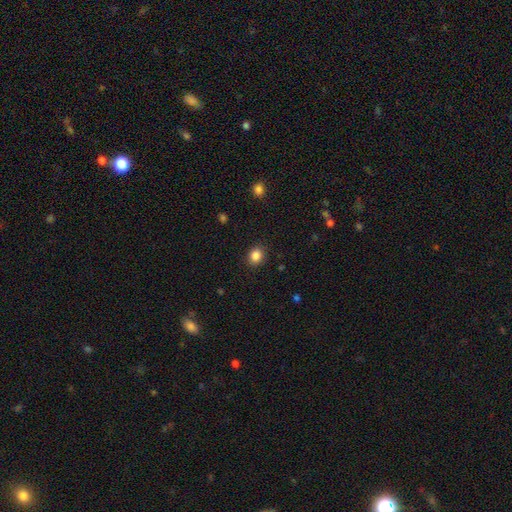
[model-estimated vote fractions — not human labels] Smooth or featured? Predicted: smooth (p=0.85). How rounded? Predicted: round (p=0.63). Merging? Predicted: none (p=0.89).